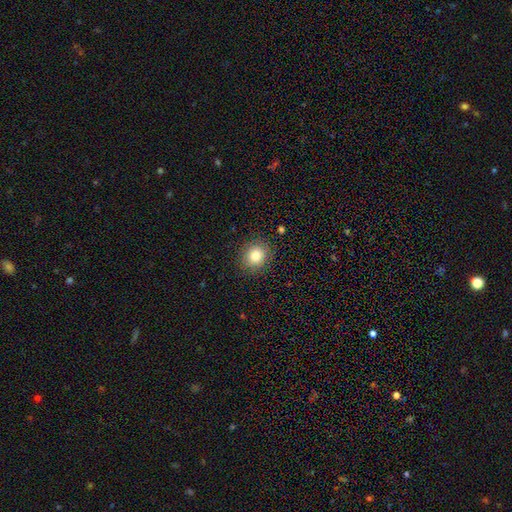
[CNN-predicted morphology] This appears to be a smooth galaxy with no disk features (81%) that is round (80%). Merging: none (89%).